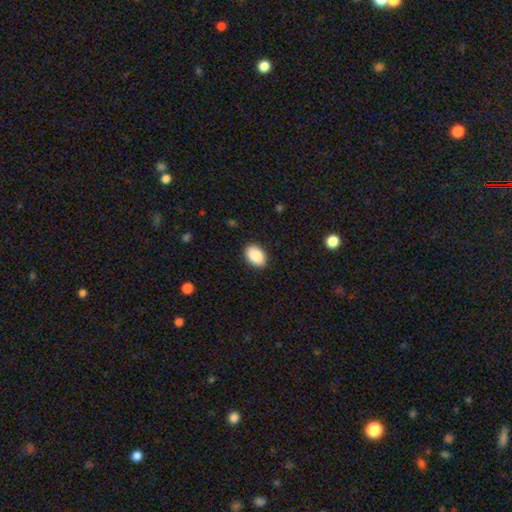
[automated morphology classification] smooth_or_featured: smooth (p=0.90) [alt: star or artifact p=0.07]
how_rounded: in between (p=0.90) [alt: round p=0.09]
merging: none (p=0.88) [alt: minor disturbance p=0.09]